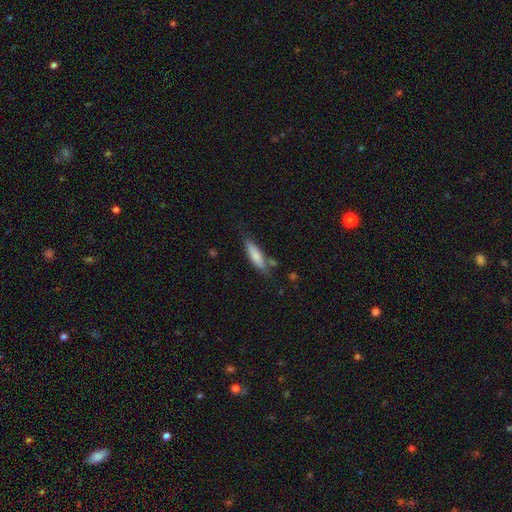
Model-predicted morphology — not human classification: This is likely a smooth galaxy (73%). How rounded: likely cigar-shaped (66%). Merging: likely none (67%).